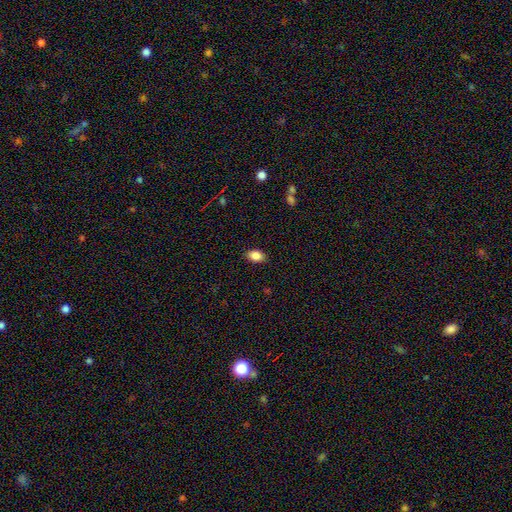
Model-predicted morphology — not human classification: smooth-or-featured: smooth: 86% | star or artifact: 9% | featured or disk: 6%
  how-rounded: in between: 86% | round: 13% | cigar-shaped: 2%
  merging: none: 86% | minor disturbance: 10% | major disturbance: 2% | merger: 1%